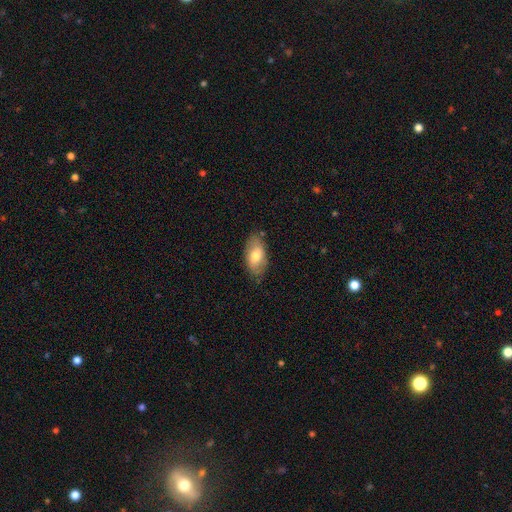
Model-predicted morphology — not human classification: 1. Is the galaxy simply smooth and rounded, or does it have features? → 72% smooth, 22% featured or disk, 6% star or artifact.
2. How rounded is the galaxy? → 93% in between, 4% round, 3% cigar-shaped.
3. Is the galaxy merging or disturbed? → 77% none, 17% minor disturbance, 4% major disturbance, 2% merger.